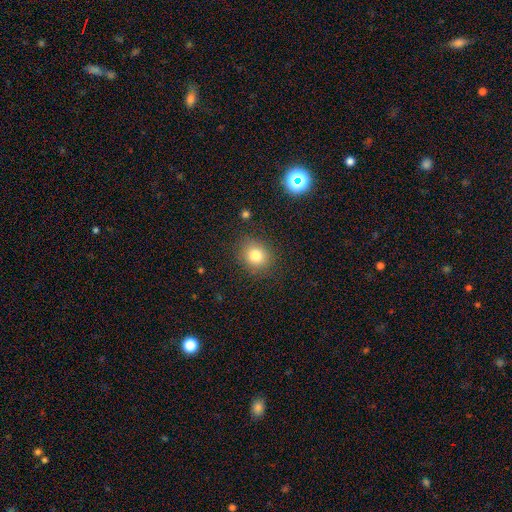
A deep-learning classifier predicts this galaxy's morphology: The model was most divided on "how rounded": round: 73%, in between: 27%, cigar-shaped: 1%. More confident: merging — none (86%); smooth or featured — smooth (80%).